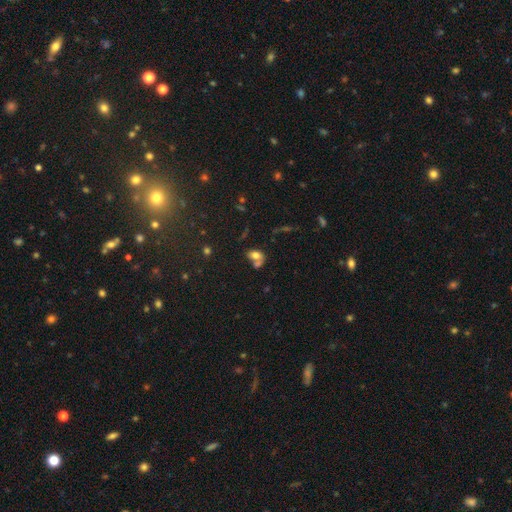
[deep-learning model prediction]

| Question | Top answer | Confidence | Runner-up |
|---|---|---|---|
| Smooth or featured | smooth | 70% | featured or disk (17%) |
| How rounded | in between | 79% | round (18%) |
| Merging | merger | 50% | none (32%) |